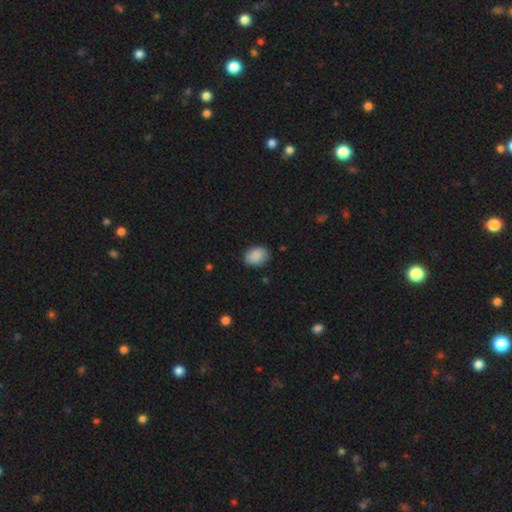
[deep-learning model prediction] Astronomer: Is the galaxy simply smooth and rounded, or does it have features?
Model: smooth — 89%.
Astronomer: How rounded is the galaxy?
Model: in between — 73%.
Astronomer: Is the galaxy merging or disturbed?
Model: none — 81%.